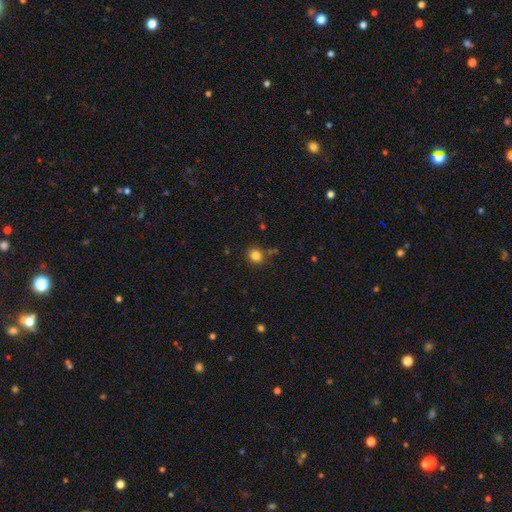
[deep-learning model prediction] smooth-or-featured: smooth: 83% | star or artifact: 12% | featured or disk: 5%
  how-rounded: round: 85% | in between: 14% | cigar-shaped: 1%
  merging: none: 83% | minor disturbance: 10% | merger: 4% | major disturbance: 3%